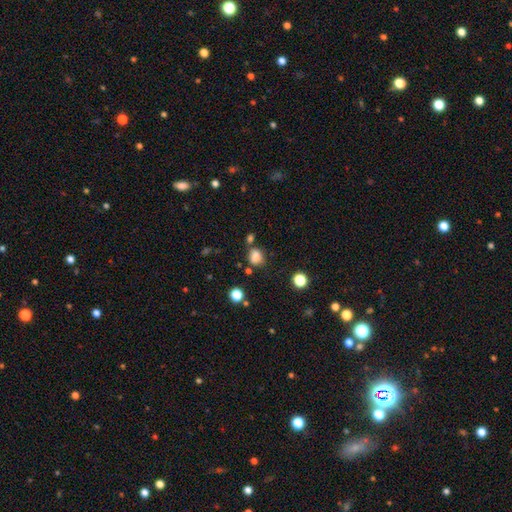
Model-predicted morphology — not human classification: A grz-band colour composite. It shows a smooth galaxy with no disk features (81%) that is round (55%). Merging: none (63%).